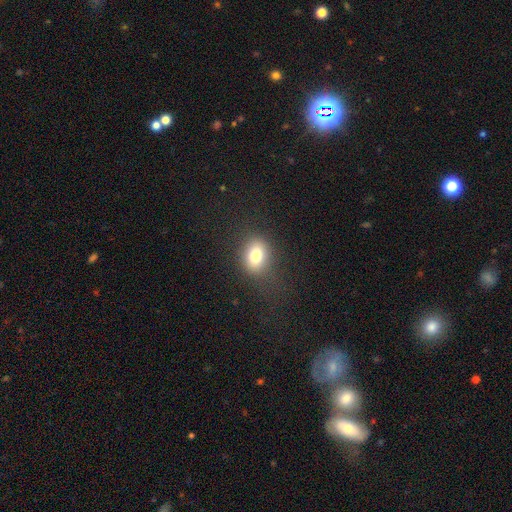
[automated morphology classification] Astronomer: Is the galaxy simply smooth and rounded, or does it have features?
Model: smooth — 79%.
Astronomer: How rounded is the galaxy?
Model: in between — 61% (runner-up: round, 38%).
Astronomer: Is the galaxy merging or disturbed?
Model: none — 77%.